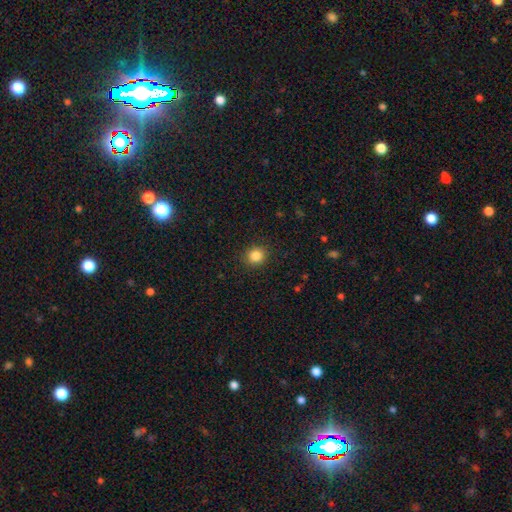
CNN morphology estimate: smooth 85%, star or artifact 11%, featured or disk 4%. Down the decision tree: how rounded — round (87%); merging — none (91%).